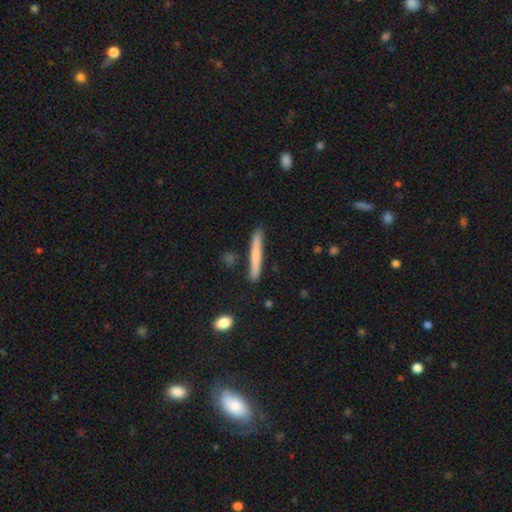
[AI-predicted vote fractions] smooth_or_featured: smooth (p=0.68) [alt: featured or disk p=0.26]
how_rounded: cigar-shaped (p=0.96) [alt: in between p=0.03]
merging: none (p=0.86) [alt: minor disturbance p=0.10]